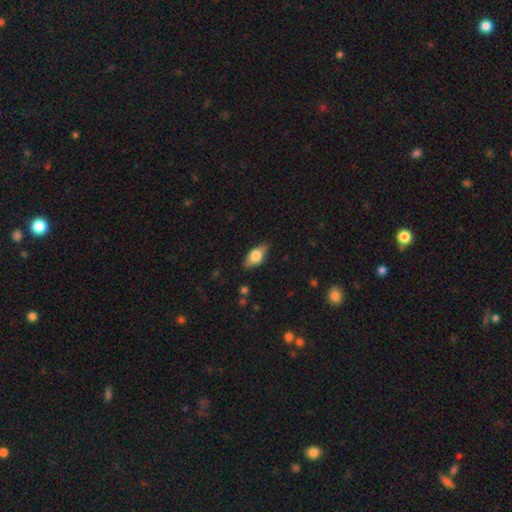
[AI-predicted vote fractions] The model was most divided on "smooth or featured": smooth: 62%, featured or disk: 31%, star or artifact: 7%. More confident: how rounded — in between (84%); merging — none (83%).